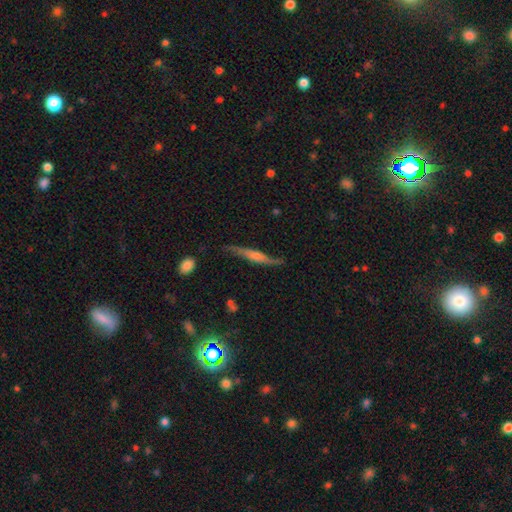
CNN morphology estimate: Smooth or featured?
  - featured or disk: 63% *
  - smooth: 28%
  - star or artifact: 8%
Edge-on disk?
  - yes: 84% *
  - no: 16%
Edge-on bulge?
  - rounded: 52% *
  - none: 25%
  - boxy: 23%
Merging?
  - none: 73% *
  - minor disturbance: 19%
  - major disturbance: 6%
  - merger: 2%